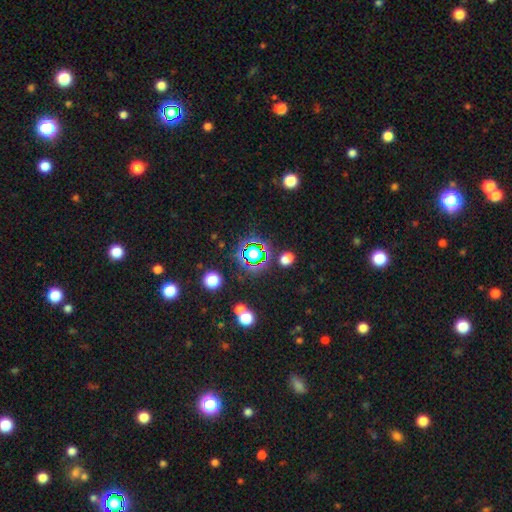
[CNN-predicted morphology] star or artifact 74%, smooth 18%, featured or disk 8%.